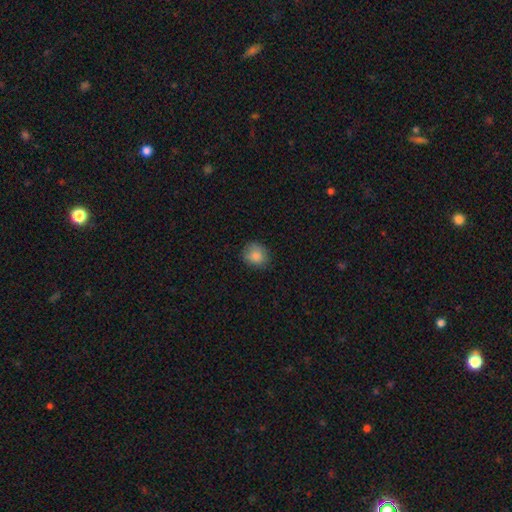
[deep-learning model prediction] A smooth galaxy with no disk features (86%) that is round (69%).

Vote fractions:
- Smooth or featured? smooth: 86% / star or artifact: 9% / featured or disk: 6%
- How rounded? round: 69% / in between: 30% / cigar-shaped: 1%
- Merging? none: 80% / minor disturbance: 16% / major disturbance: 3% / merger: 1%